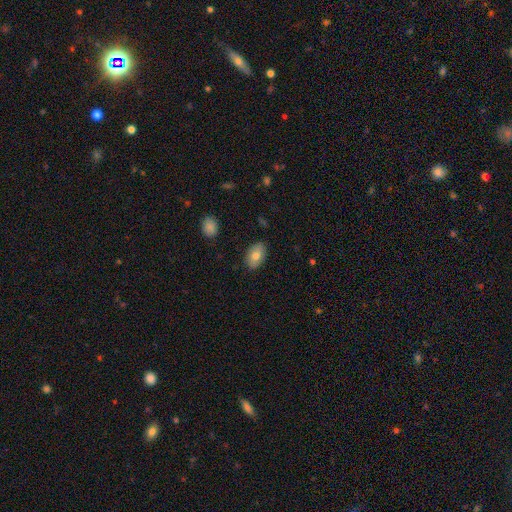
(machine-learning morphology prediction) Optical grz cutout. It shows a smooth galaxy with no disk features (76%) that is in between round and cigar-shaped (91%). Merging: none (85%).